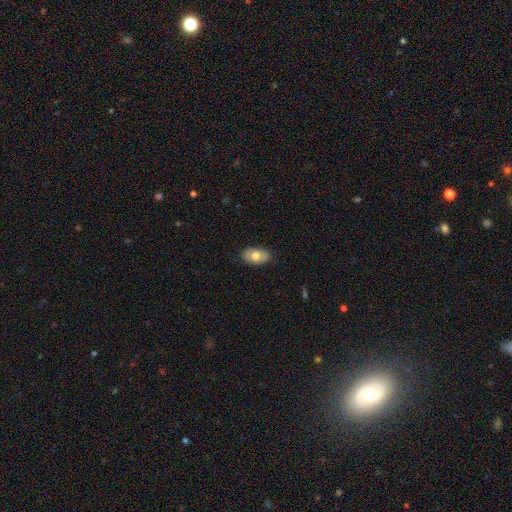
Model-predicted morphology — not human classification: Overall: smooth (71%). How rounded: in between (92%). Merging: none (84%).